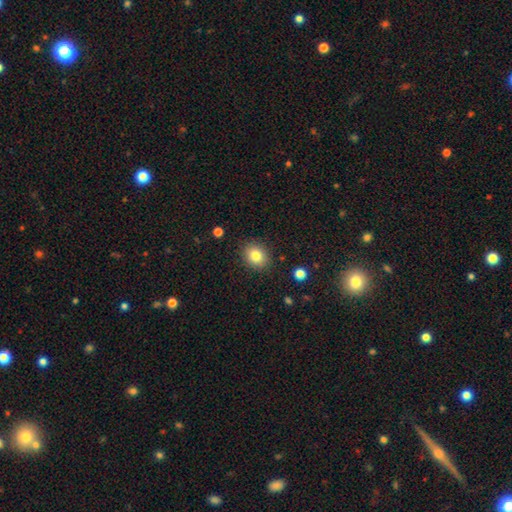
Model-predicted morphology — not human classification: smooth_or_featured: smooth (p=0.82) [alt: star or artifact p=0.10]
how_rounded: round (p=0.61) [alt: in between p=0.39]
merging: none (p=0.88) [alt: minor disturbance p=0.08]